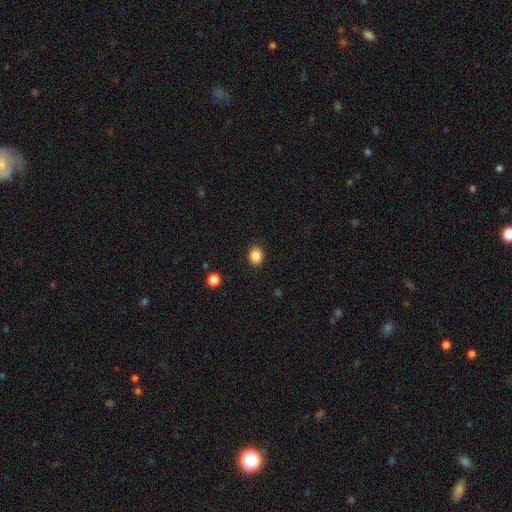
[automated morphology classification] smooth 87%, star or artifact 10%, featured or disk 4%. Down the decision tree: how rounded — round (59%); merging — none (89%).